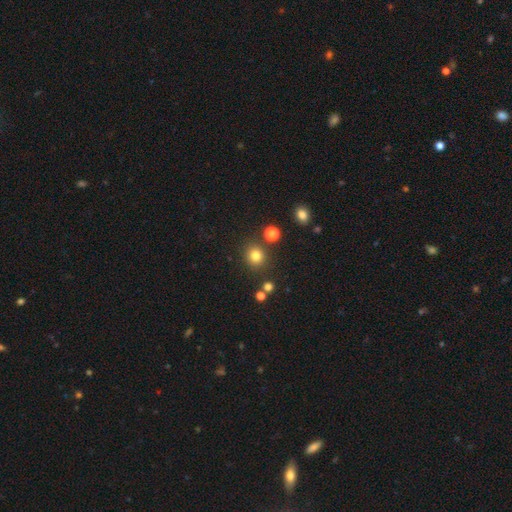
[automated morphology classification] This is clearly a smooth galaxy (80%). How rounded: clearly round (89%). Merging: clearly none (85%).